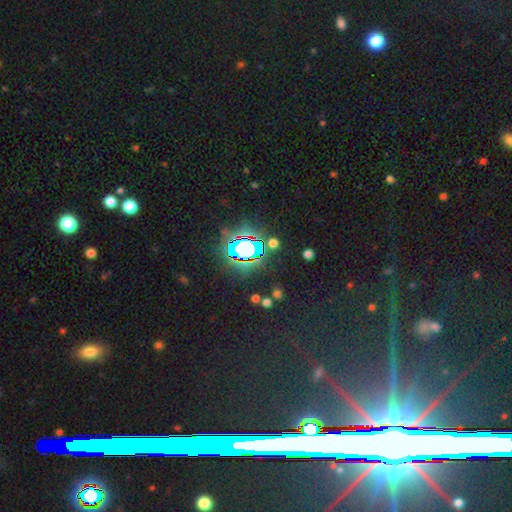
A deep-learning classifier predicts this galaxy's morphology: smooth_or_featured: star or artifact (p=0.72) [alt: smooth p=0.17]